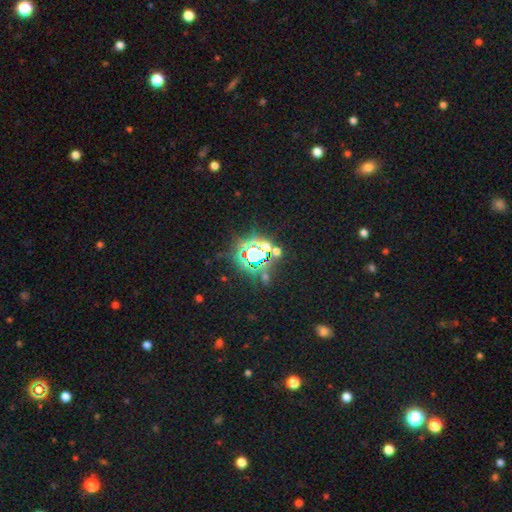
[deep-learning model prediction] Smooth or featured?
  - star or artifact: 77% *
  - smooth: 14%
  - featured or disk: 9%